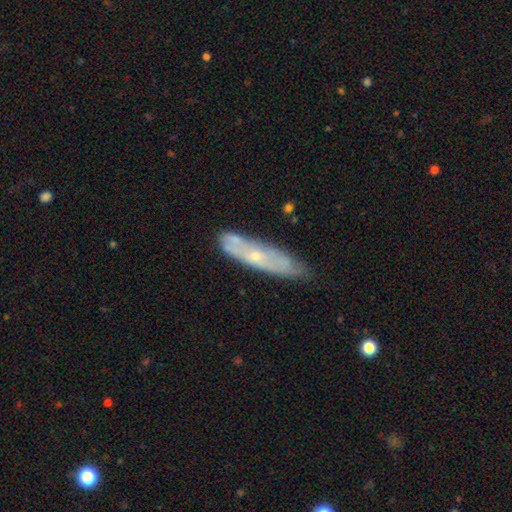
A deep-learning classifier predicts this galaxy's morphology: Overall: featured or disk (56%; smooth 37%). Edge-on disk: no (64%; yes 36%). Merging: none (60%; minor disturbance 29%).